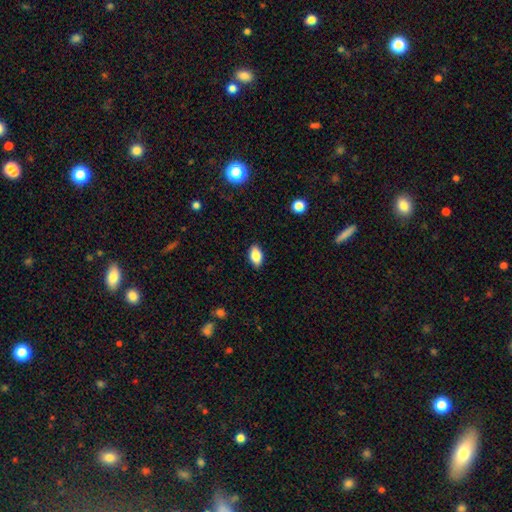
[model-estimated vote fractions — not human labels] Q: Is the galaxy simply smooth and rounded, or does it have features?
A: smooth — 84%.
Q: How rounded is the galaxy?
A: in between — 91%.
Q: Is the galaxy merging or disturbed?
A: none — 87%.